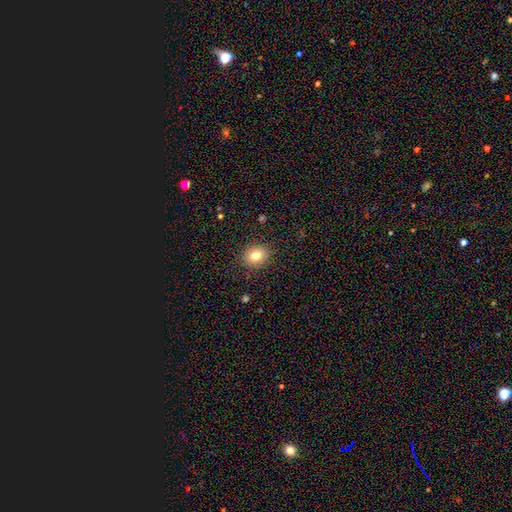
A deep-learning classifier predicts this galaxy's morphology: type=smooth (80%); roundness=round (63%); merging=none (88%).